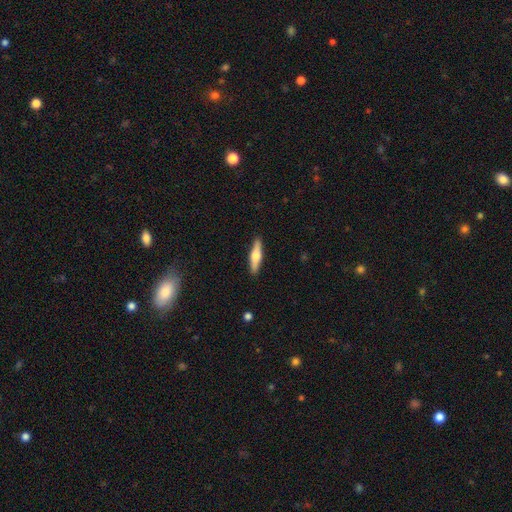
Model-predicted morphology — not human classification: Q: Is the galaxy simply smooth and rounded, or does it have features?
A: featured or disk — 50%.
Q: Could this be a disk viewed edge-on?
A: yes — 95%.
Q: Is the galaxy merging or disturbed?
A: none — 91%.